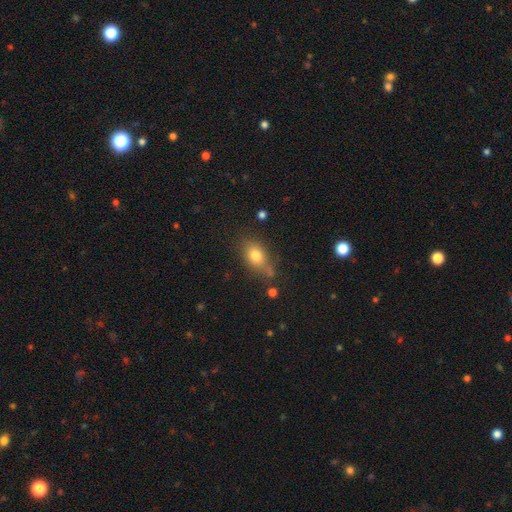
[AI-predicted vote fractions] This is likely a smooth galaxy (77%). How rounded: likely in between (74%). Merging: likely none (64%).